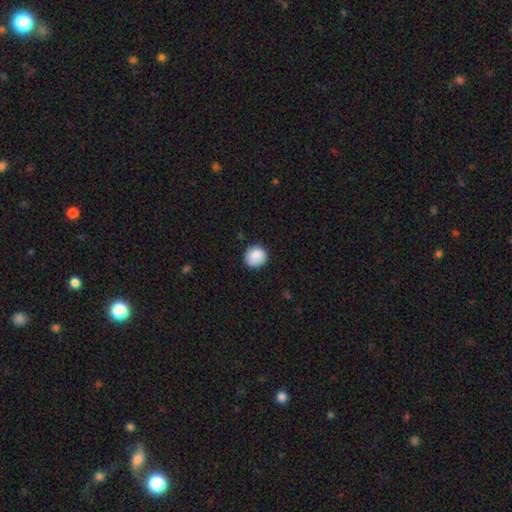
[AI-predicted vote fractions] Overall: smooth (87%). How rounded: round (87%). Merging: none (85%).